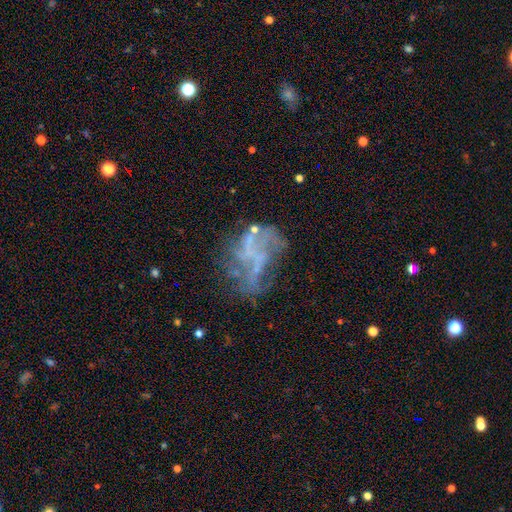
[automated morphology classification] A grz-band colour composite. It shows a featured or disk galaxy (61%) with no bar (80%), no spiral arms (68%) and no central bulge (79%). Merging: none (45%).